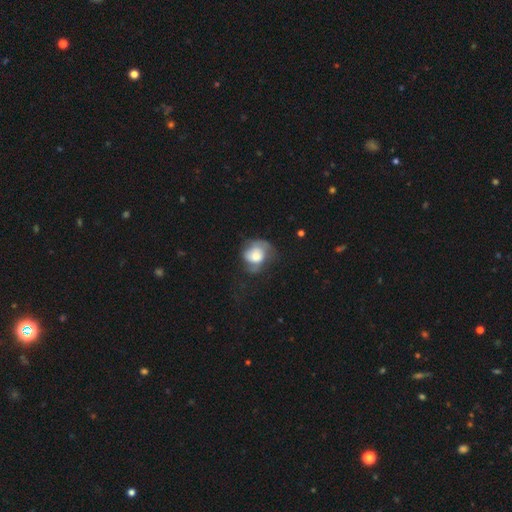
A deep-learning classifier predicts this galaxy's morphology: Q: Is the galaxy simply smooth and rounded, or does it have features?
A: smooth — 54%.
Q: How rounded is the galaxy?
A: round — 61%.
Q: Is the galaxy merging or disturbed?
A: none — 36%.